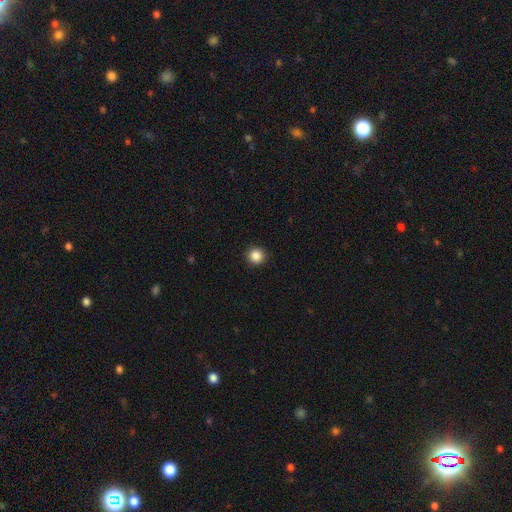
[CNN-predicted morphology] Overall: smooth (86%). How rounded: round (95%). Merging: none (93%).